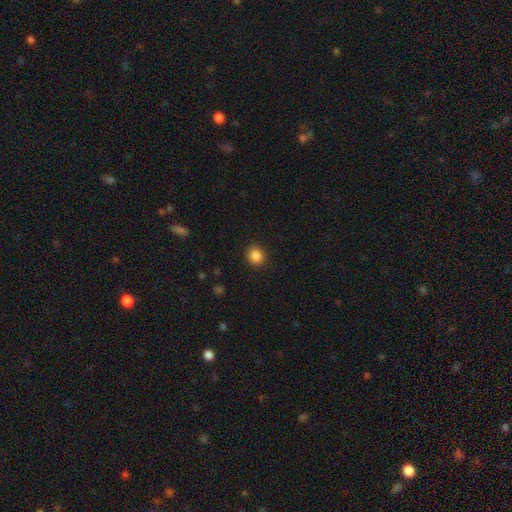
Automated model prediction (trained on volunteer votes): Q: Smooth or featured?
A: smooth (86%); runner-up: star or artifact (10%)
Q: How rounded?
A: round (81%); runner-up: in between (18%)
Q: Merging?
A: none (90%); runner-up: minor disturbance (7%)